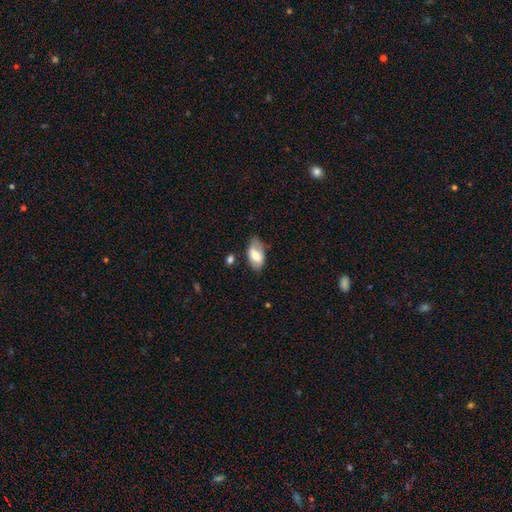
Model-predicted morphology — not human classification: Q: Smooth or featured?
A: smooth (58%); runner-up: featured or disk (36%)
Q: How rounded?
A: in between (92%); runner-up: round (4%)
Q: Merging?
A: none (68%); runner-up: minor disturbance (23%)